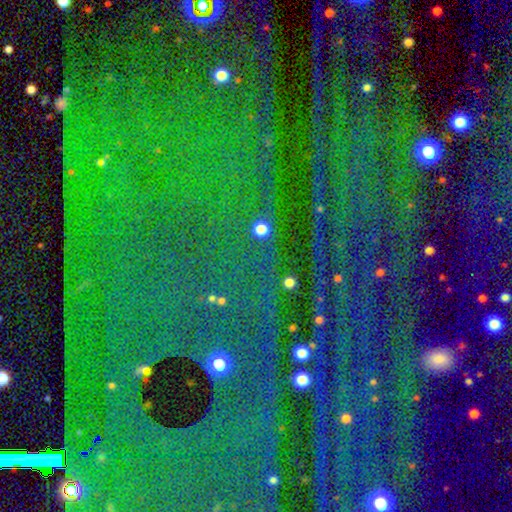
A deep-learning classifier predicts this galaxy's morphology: Smooth or featured: star or artifact — 85% (featured or disk — 8%)